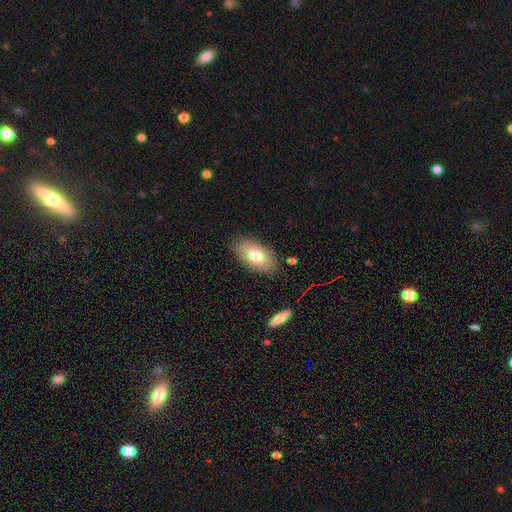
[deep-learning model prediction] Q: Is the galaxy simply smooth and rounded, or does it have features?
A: smooth — 76%.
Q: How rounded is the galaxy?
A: in between — 93%.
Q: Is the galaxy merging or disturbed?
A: none — 84%.